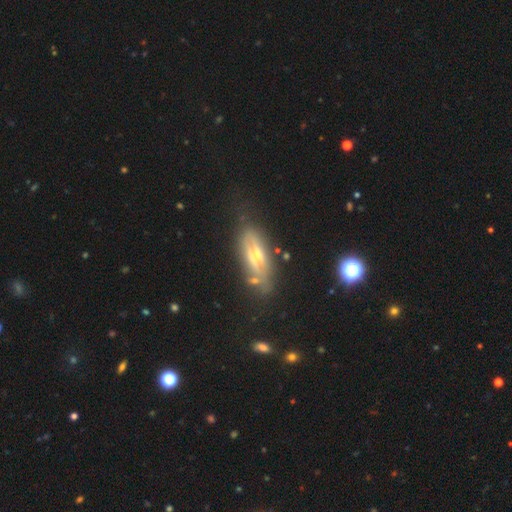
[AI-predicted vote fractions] A featured or disk galaxy (63%).

Vote fractions:
- Smooth or featured? featured or disk: 63% / smooth: 28% / star or artifact: 9%
- Edge-on disk? no: 51% / yes: 49%
- Merging? none: 62% / minor disturbance: 22% / major disturbance: 10% / merger: 6%